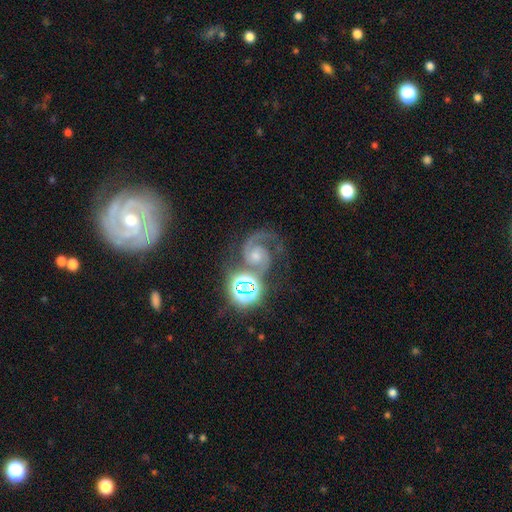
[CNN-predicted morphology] The model was most divided on "bulge size": moderate: 47%, small: 39%, large: 6%, none: 6%, dominant: 2%. More confident: edge-on disk — no (98%); spiral arms — yes (98%); smooth or featured — featured or disk (83%); spiral arm count — 2 (80%); bar — no (61%); spiral winding — medium (54%); merging — none (53%).